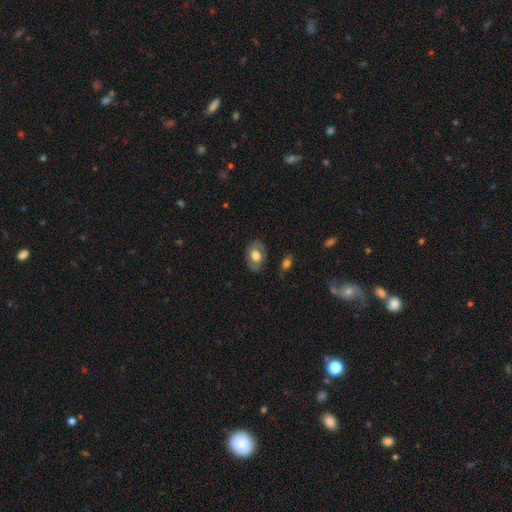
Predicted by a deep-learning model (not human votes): A smooth galaxy with no disk features (54%) that is in between round and cigar-shaped (79%). Merging: none (80%).